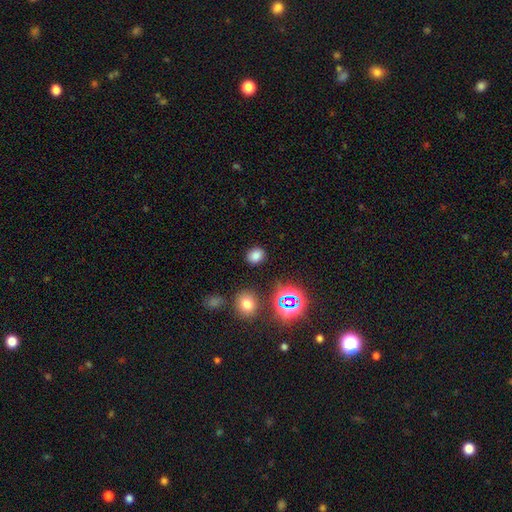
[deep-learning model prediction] smooth 74%, star or artifact 20%, featured or disk 6%. Down the decision tree: how rounded — round (51%); merging — none (86%).